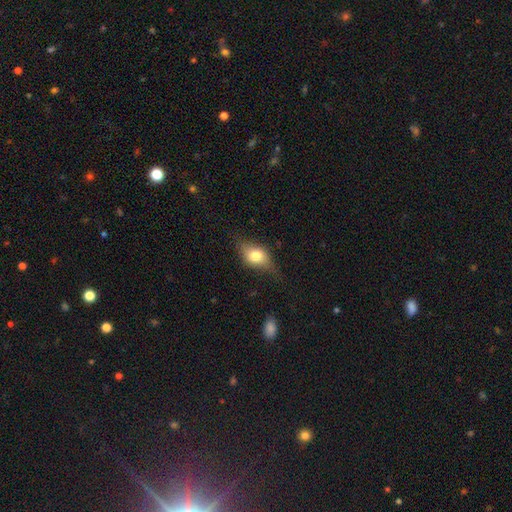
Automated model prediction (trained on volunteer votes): Overall: smooth (64%; featured or disk 27%). How rounded: in between (73%). Merging: none (63%; minor disturbance 26%).